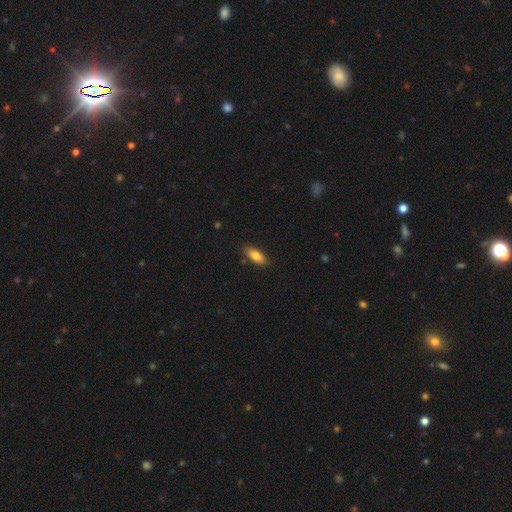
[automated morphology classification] Q: Smooth or featured?
A: smooth (80%); runner-up: featured or disk (13%)
Q: How rounded?
A: in between (78%); runner-up: cigar-shaped (19%)
Q: Merging?
A: none (85%); runner-up: minor disturbance (11%)